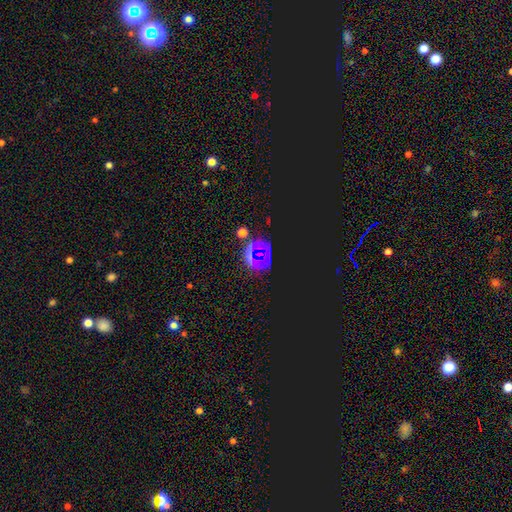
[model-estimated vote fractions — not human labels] Smooth or featured: star or artifact — 77% (smooth — 15%)